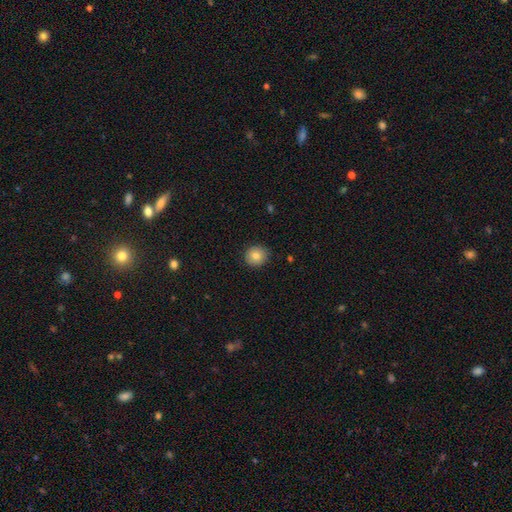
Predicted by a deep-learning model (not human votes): A smooth galaxy with no disk features (80%) that is round (87%). Merging: none (87%).